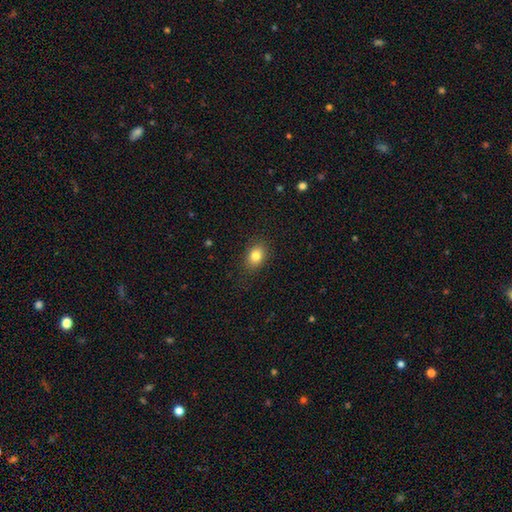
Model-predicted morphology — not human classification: Overall: smooth (83%). How rounded: in between (70%). Merging: none (85%).